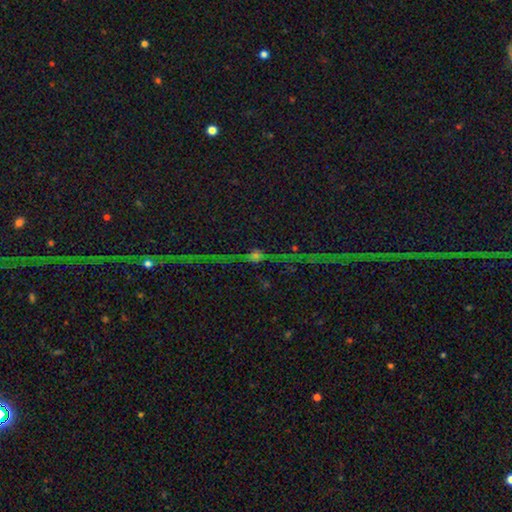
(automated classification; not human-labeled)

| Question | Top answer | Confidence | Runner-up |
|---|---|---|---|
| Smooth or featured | star or artifact | 42% | tied: featured or disk (42%) |